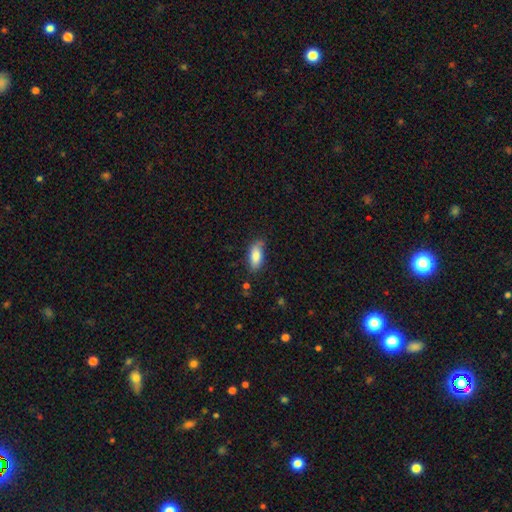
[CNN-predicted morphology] smooth 83%, featured or disk 10%, star or artifact 7%. Down the decision tree: how rounded — in between (84%); merging — none (69%).